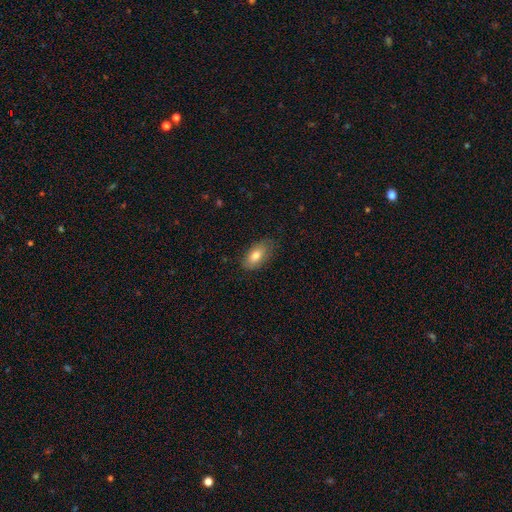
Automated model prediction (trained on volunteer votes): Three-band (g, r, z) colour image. It shows a smooth galaxy with no disk features (78%) that is in between round and cigar-shaped (92%). Merging: none (77%).